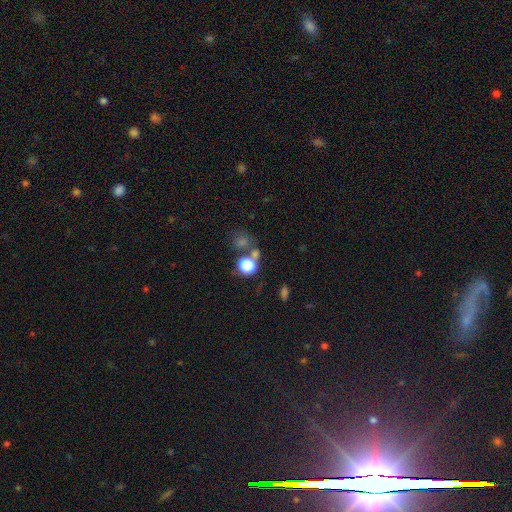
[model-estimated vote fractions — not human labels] A star or artifact, not a galaxy (49%).

Vote fractions:
- Smooth or featured? star or artifact: 49% / smooth: 37% / featured or disk: 14%